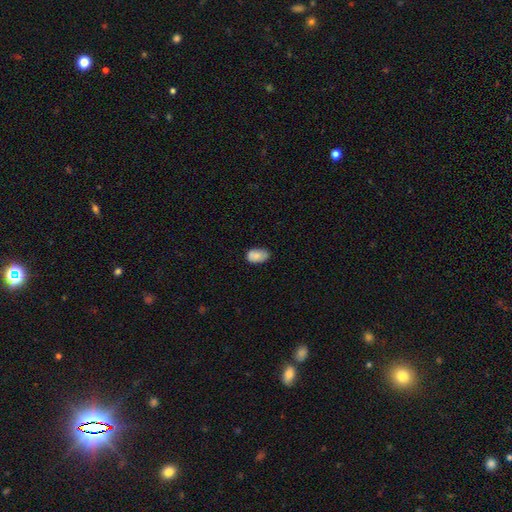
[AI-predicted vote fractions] smooth-or-featured: smooth: 82% | featured or disk: 11% | star or artifact: 7%
  how-rounded: in between: 89% | round: 9% | cigar-shaped: 1%
  merging: none: 66% | minor disturbance: 28% | major disturbance: 4% | merger: 2%